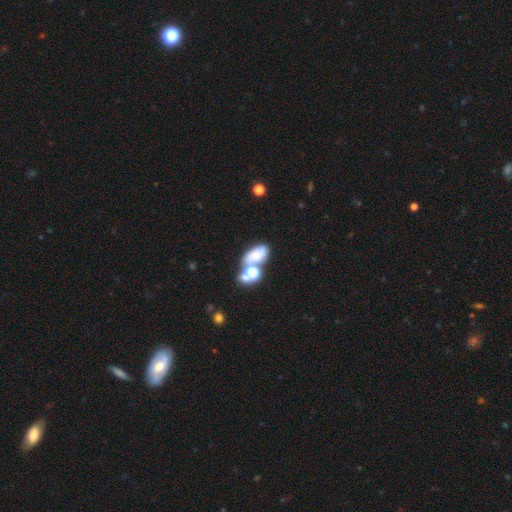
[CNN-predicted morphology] A smooth galaxy with no disk features (45%). Merging: merger (43%).